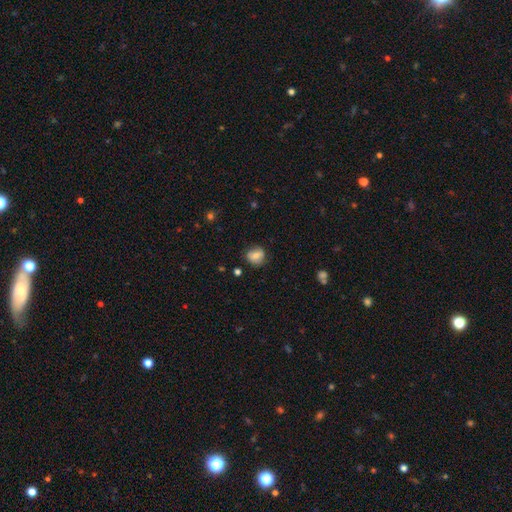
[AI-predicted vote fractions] Smooth or featured: smooth — 70% (featured or disk — 20%)
How rounded: round — 77% (in between — 22%)
Merging: none — 74% (minor disturbance — 19%)